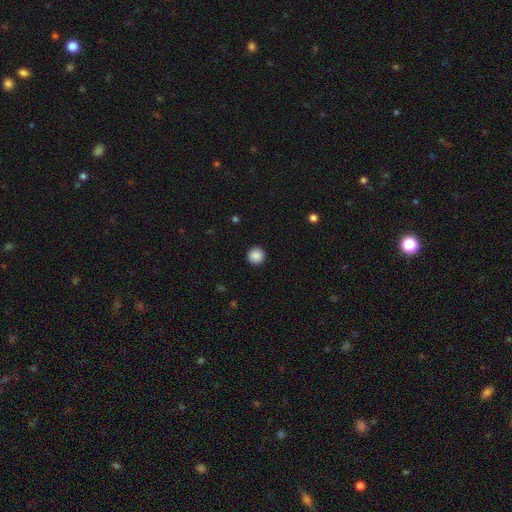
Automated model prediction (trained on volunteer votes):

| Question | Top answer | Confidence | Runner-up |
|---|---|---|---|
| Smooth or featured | smooth | 88% | star or artifact (9%) |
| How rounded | round | 96% | in between (3%) |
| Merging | none | 93% | minor disturbance (4%) |